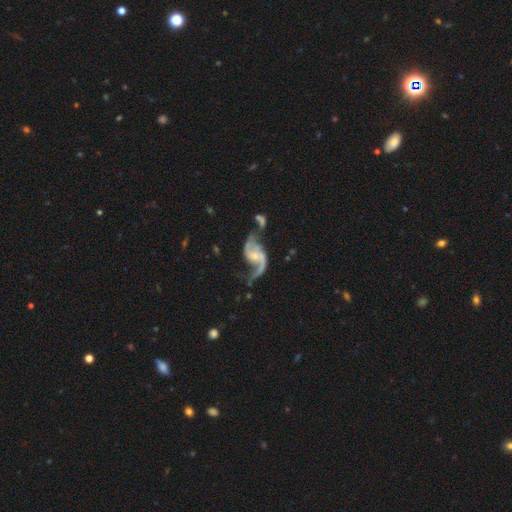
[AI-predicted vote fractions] smooth_or_featured: featured or disk (p=0.89) [alt: smooth p=0.06]
disk_edge_on: no (p=0.98) [alt: yes p=0.02]
bar: no (p=0.52) [alt: weak p=0.37]
has_spiral_arms: yes (p=0.96) [alt: no p=0.04]
spiral_winding: loose (p=0.69) [alt: medium p=0.25]
spiral_arm_count: 2 (p=0.89) [alt: 1 p=0.05]
bulge_size: small (p=0.62) [alt: moderate p=0.29]
merging: none (p=0.41) [alt: major disturbance p=0.23]